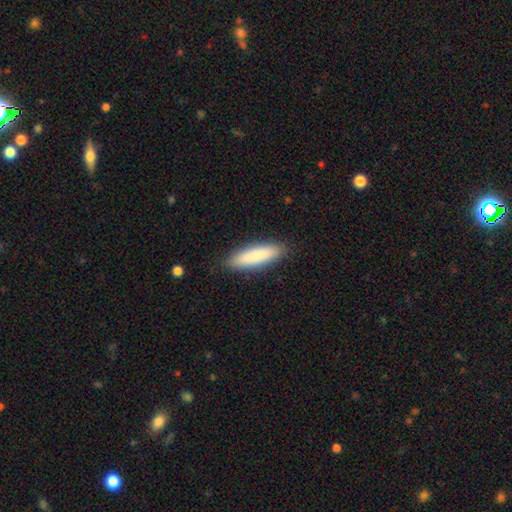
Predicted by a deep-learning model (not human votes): Smooth or featured?
  - smooth: 87% *
  - featured or disk: 8%
  - star or artifact: 6%
How rounded?
  - cigar-shaped: 66% *
  - in between: 33%
  - round: 1%
Merging?
  - none: 88% *
  - minor disturbance: 9%
  - major disturbance: 2%
  - merger: 1%